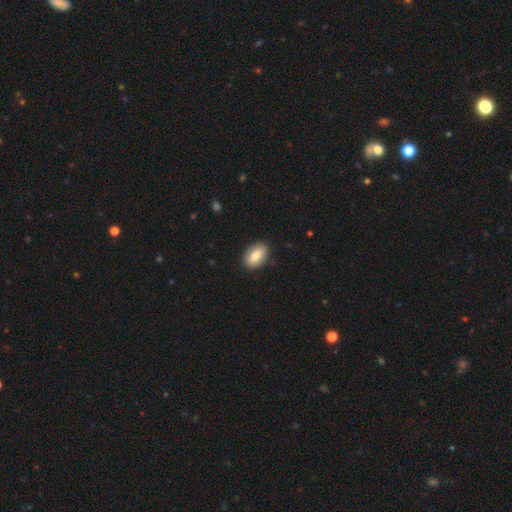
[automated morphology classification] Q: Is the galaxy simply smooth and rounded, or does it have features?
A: smooth — 81%.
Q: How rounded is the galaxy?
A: in between — 91%.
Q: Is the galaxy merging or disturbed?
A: none — 87%.